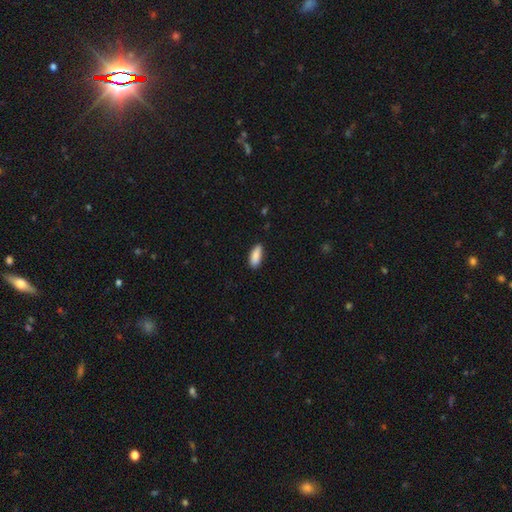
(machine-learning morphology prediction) Smooth or featured?
  - smooth: 89% *
  - star or artifact: 6%
  - featured or disk: 5%
How rounded?
  - in between: 76% *
  - cigar-shaped: 22%
  - round: 2%
Merging?
  - none: 82% *
  - minor disturbance: 14%
  - major disturbance: 2%
  - merger: 1%